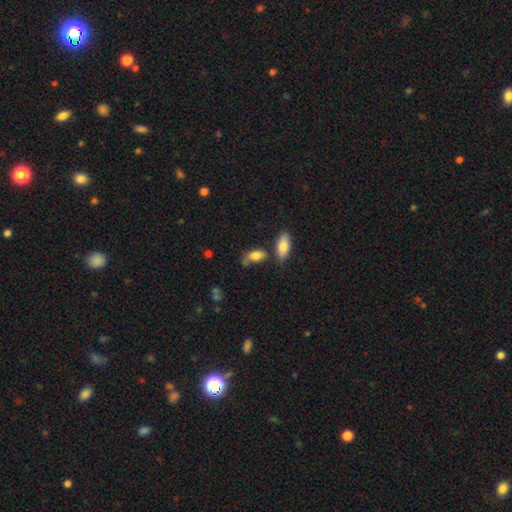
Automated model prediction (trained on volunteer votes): This appears to be a smooth galaxy with no disk features (82%) that is in between round and cigar-shaped (88%). Merging: none (50%).